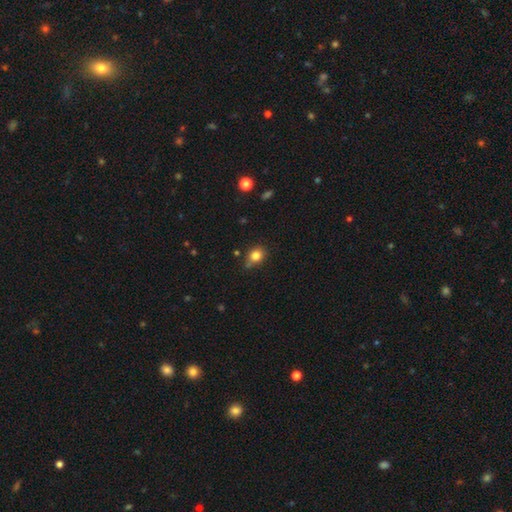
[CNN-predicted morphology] The model was most divided on "how rounded": round: 65%, in between: 34%, cigar-shaped: 1%. More confident: smooth or featured — smooth (82%); merging — none (69%).